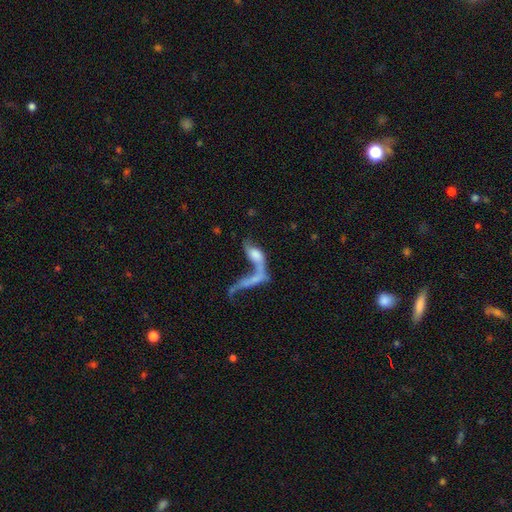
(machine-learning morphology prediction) Smooth or featured? Predicted: featured or disk (p=0.50). Merging? Predicted: merger (p=0.65).